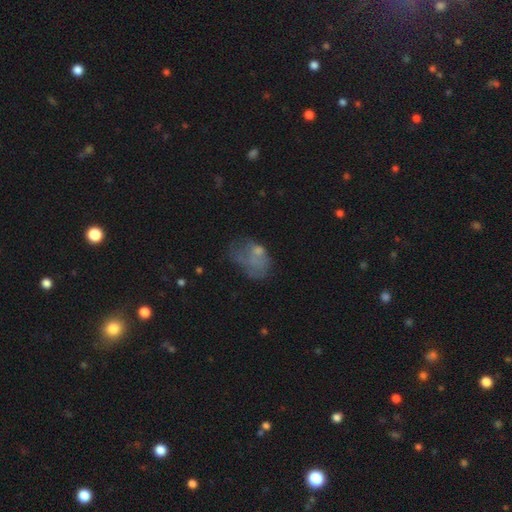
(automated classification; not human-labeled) smooth 52%, featured or disk 33%, star or artifact 14%. Down the decision tree: how rounded — in between (79%); merging — major disturbance (42%).